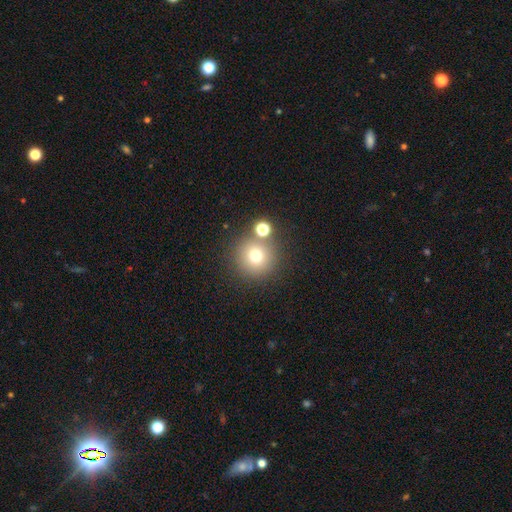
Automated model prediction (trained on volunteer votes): Q: Smooth or featured?
A: smooth (73%); runner-up: star or artifact (16%)
Q: How rounded?
A: round (95%); runner-up: in between (4%)
Q: Merging?
A: none (76%); runner-up: merger (13%)